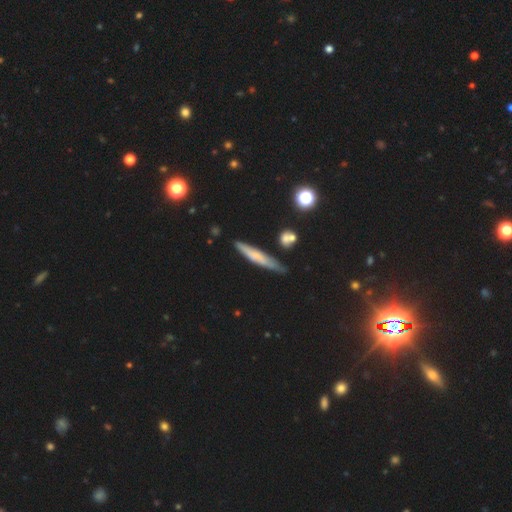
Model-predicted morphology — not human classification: type=smooth (50%); merging=none (75%).